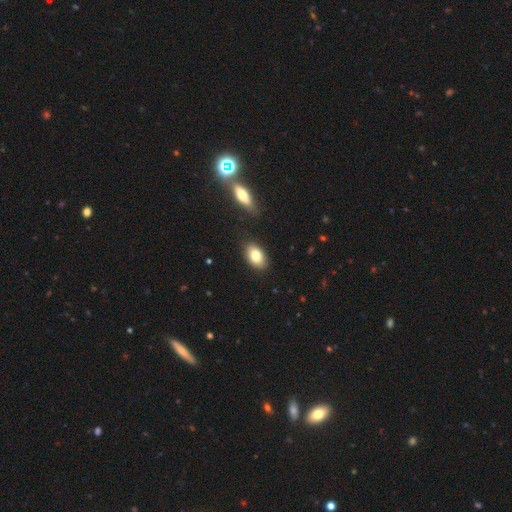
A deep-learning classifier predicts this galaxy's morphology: Smooth or featured? Predicted: smooth (p=0.81). How rounded? Predicted: in between (p=0.91). Merging? Predicted: none (p=0.84).